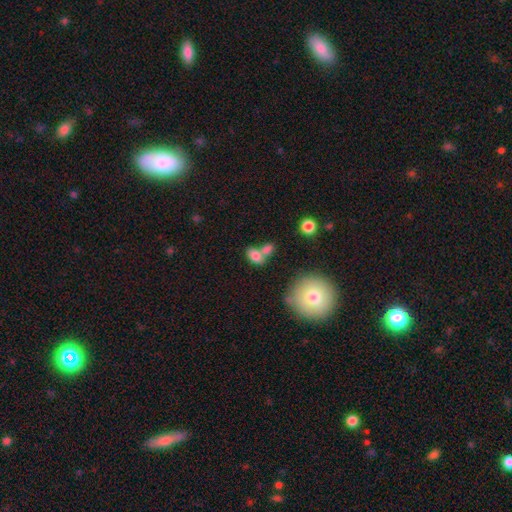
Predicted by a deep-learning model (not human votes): smooth 78%, featured or disk 12%, star or artifact 10%. Down the decision tree: how rounded — in between (81%); merging — merger (48%).